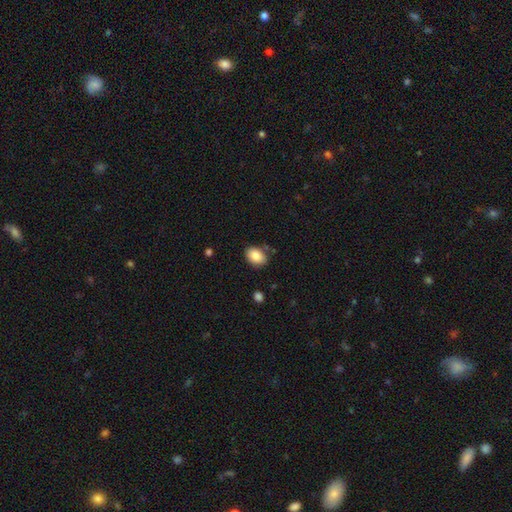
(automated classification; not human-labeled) A smooth galaxy with no disk features (86%) that is in between round and cigar-shaped (80%).

Vote fractions:
- Smooth or featured? smooth: 86% / star or artifact: 8% / featured or disk: 6%
- How rounded? in between: 80% / round: 19% / cigar-shaped: 1%
- Merging? none: 77% / minor disturbance: 15% / merger: 4% / major disturbance: 3%